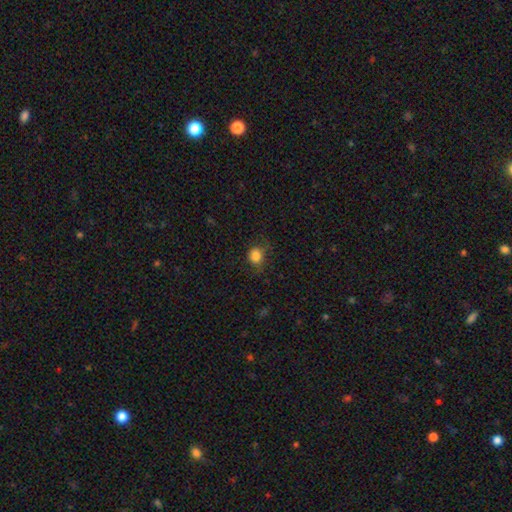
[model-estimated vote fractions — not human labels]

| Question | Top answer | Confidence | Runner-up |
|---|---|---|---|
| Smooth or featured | smooth | 83% | star or artifact (11%) |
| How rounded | round | 76% | in between (23%) |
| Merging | none | 69% | minor disturbance (22%) |